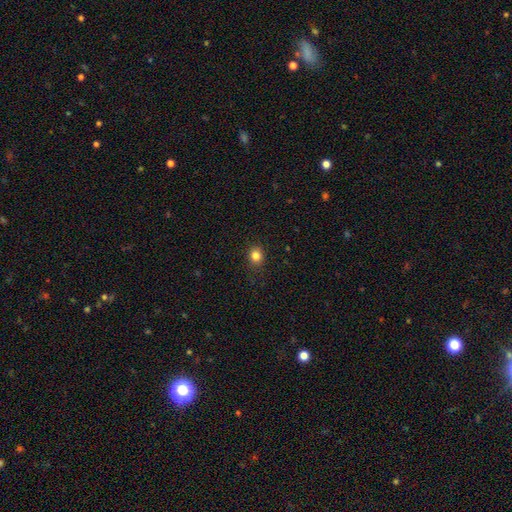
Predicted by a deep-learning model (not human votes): Overall: smooth (83%). How rounded: round (72%). Merging: none (87%).